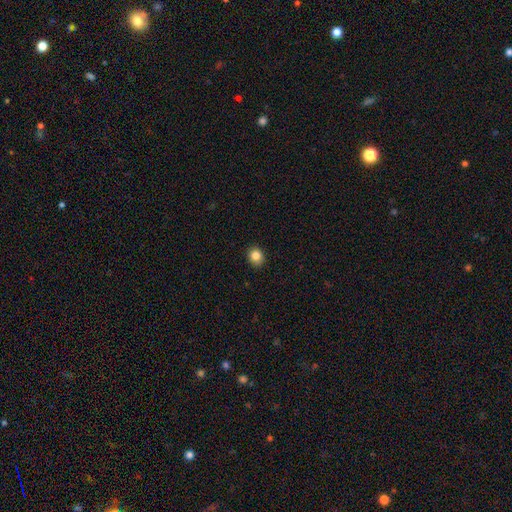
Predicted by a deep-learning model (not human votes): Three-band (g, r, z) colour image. It shows a smooth galaxy with no disk features (84%) that is round (74%). Merging: none (90%).